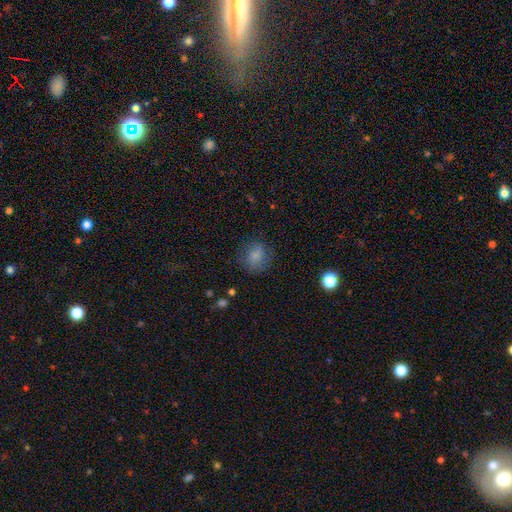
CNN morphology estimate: This appears to be a smooth galaxy with no disk features (81%) that is round (73%). Merging: none (77%).